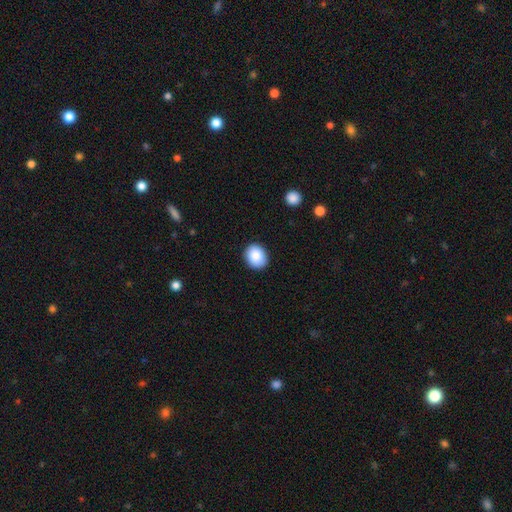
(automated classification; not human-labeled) smooth 88%, star or artifact 8%, featured or disk 5%. Down the decision tree: how rounded — round (58%); merging — none (88%).